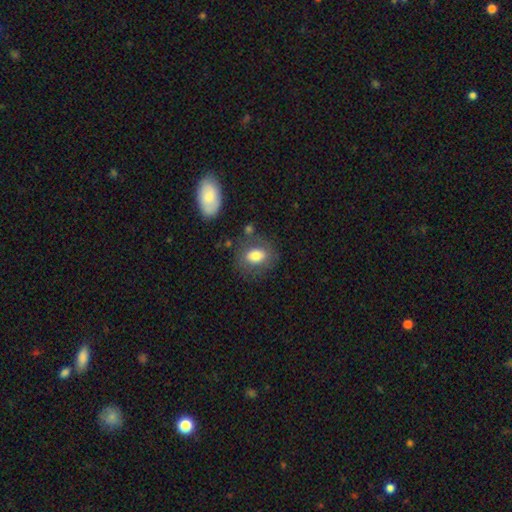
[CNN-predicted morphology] Smooth or featured? Predicted: smooth (p=0.76). How rounded? Predicted: in between (p=0.66). Merging? Predicted: none (p=0.71).